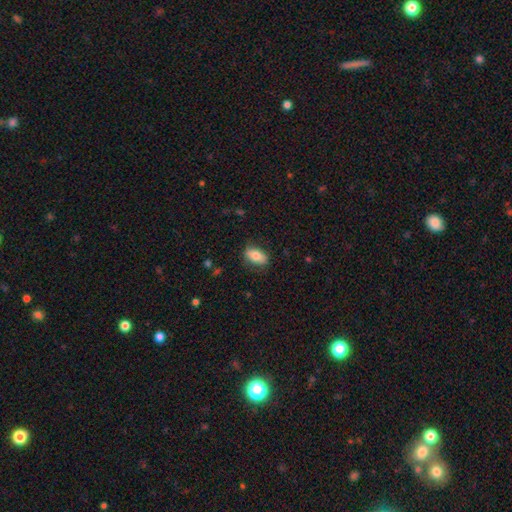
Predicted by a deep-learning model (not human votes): Smooth or featured?
  - smooth: 78% *
  - featured or disk: 15%
  - star or artifact: 7%
How rounded?
  - in between: 89% *
  - cigar-shaped: 6%
  - round: 5%
Merging?
  - none: 80% *
  - minor disturbance: 15%
  - major disturbance: 4%
  - merger: 1%